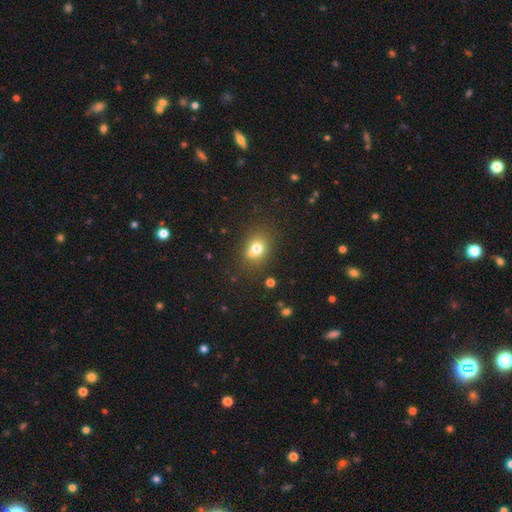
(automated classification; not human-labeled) A smooth galaxy with no disk features (71%) that is in between round and cigar-shaped (50%).

Vote fractions:
- Smooth or featured? smooth: 71% / star or artifact: 19% / featured or disk: 9%
- How rounded? in between: 50% / round: 48% / cigar-shaped: 1%
- Merging? none: 83% / minor disturbance: 10% / merger: 3% / major disturbance: 3%